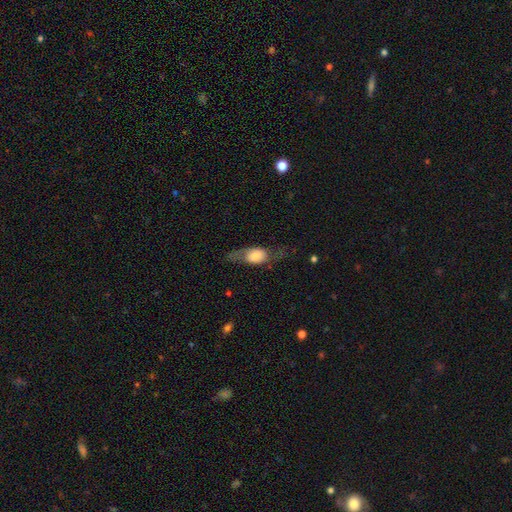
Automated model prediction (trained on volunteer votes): A smooth galaxy with no disk features (53%) that is in between round and cigar-shaped (71%). Merging: none (54%).